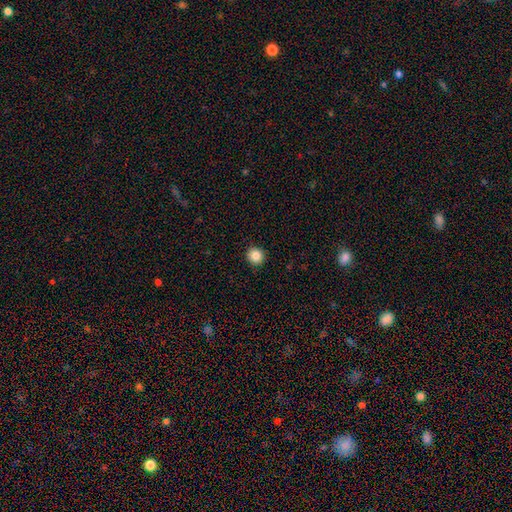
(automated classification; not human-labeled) Smooth or featured? Predicted: smooth (p=0.85). How rounded? Predicted: round (p=0.92). Merging? Predicted: none (p=0.92).